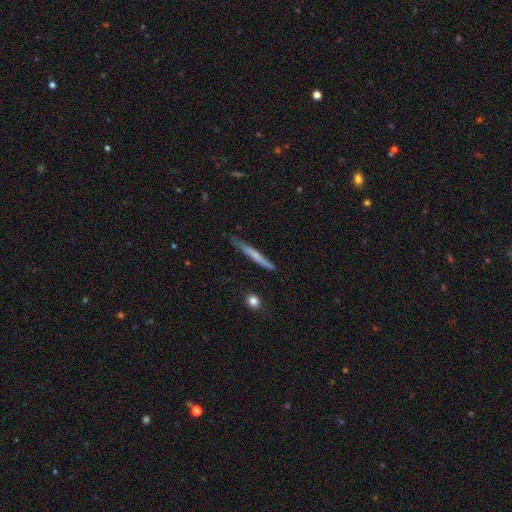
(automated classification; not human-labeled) smooth_or_featured: smooth (p=0.49) [alt: featured or disk p=0.45]
merging: none (p=0.77) [alt: minor disturbance p=0.18]